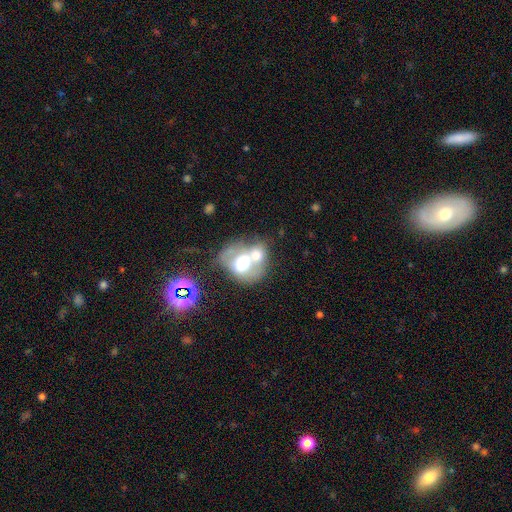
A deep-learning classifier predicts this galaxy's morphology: A smooth galaxy with no disk features (52%) that is in between round and cigar-shaped (50%). Merging: merger (68%).